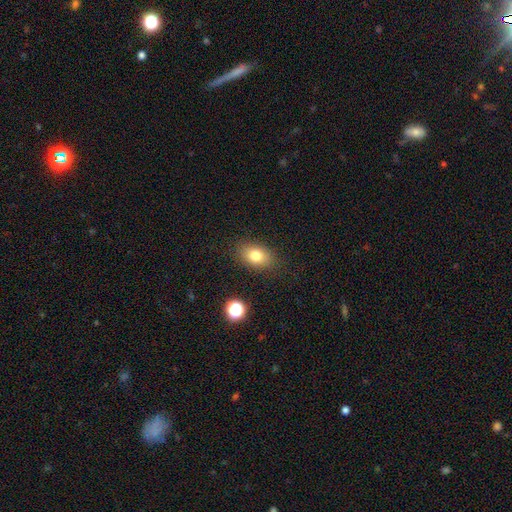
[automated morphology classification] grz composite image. It shows a smooth galaxy with no disk features (78%) that is in between round and cigar-shaped (80%). Merging: none (85%).